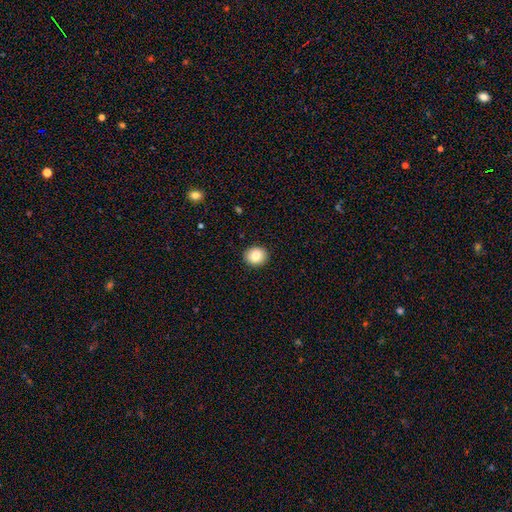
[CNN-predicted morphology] Smooth or featured: smooth — 84% (star or artifact — 9%)
How rounded: round — 76% (in between — 23%)
Merging: none — 92% (minor disturbance — 6%)